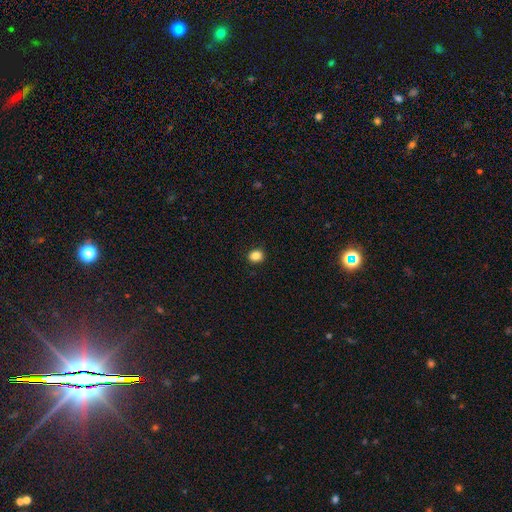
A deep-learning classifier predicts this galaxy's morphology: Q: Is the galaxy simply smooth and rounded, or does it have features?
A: smooth — 85%.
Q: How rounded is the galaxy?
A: round — 70%.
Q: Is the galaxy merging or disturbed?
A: none — 91%.